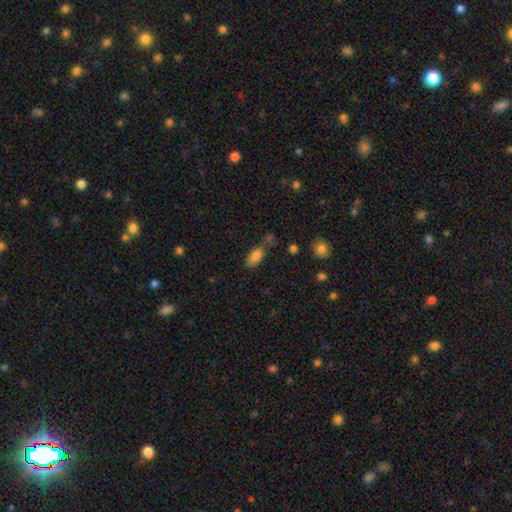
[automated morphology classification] smooth-or-featured: smooth: 83% | star or artifact: 9% | featured or disk: 8%
  how-rounded: in between: 89% | cigar-shaped: 7% | round: 4%
  merging: none: 53% | minor disturbance: 21% | merger: 17% | major disturbance: 8%